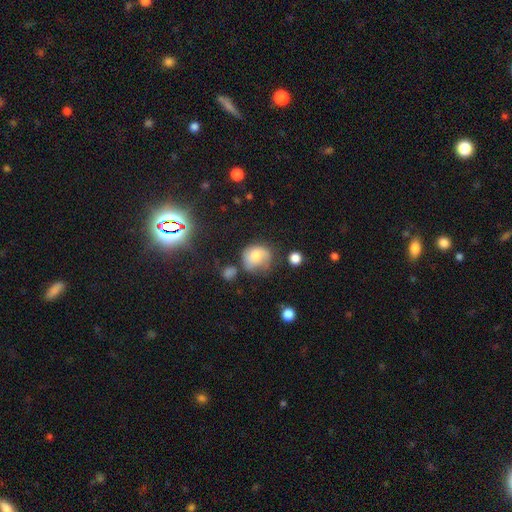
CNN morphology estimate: Q: Smooth or featured?
A: smooth (58%); runner-up: featured or disk (30%)
Q: How rounded?
A: round (69%); runner-up: in between (30%)
Q: Merging?
A: none (45%); runner-up: minor disturbance (30%)